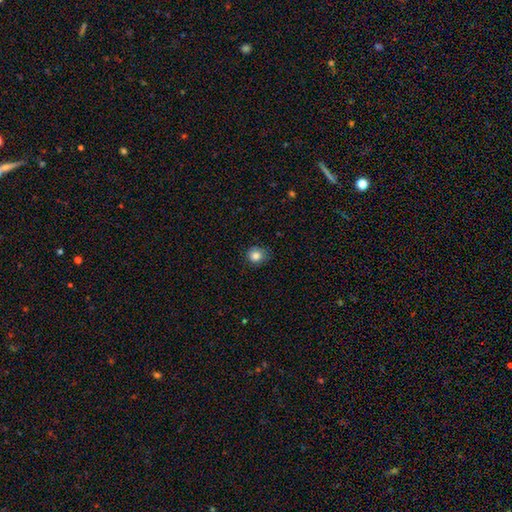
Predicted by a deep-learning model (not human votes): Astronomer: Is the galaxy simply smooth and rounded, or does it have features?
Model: smooth — 84%.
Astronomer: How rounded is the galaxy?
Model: round — 84%.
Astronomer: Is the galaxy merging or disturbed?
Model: none — 79%.